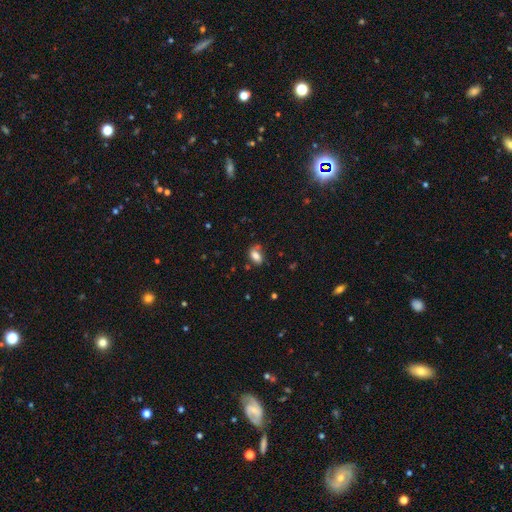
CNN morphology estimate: Smooth or featured? Predicted: smooth (p=0.76). How rounded? Predicted: in between (p=0.87). Merging? Predicted: none (p=0.59).